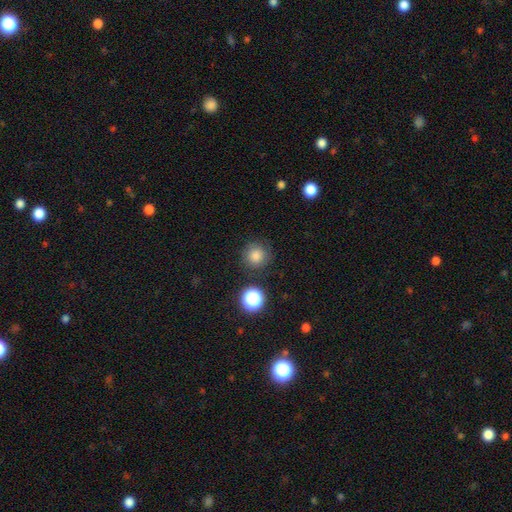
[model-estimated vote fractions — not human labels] Smooth or featured: smooth — 81% (star or artifact — 13%)
How rounded: round — 94% (in between — 5%)
Merging: none — 85% (minor disturbance — 9%)